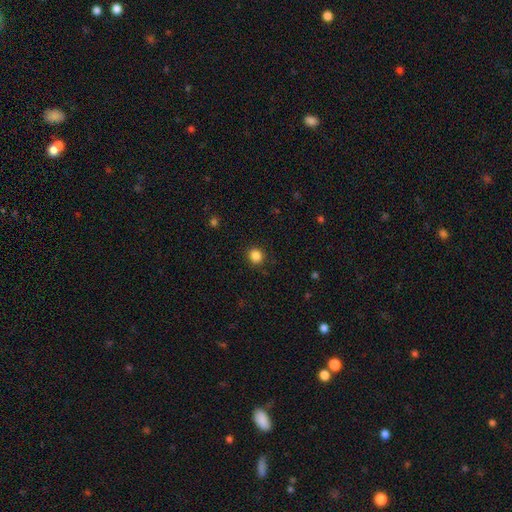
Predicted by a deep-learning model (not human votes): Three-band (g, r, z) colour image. It shows a smooth galaxy with no disk features (86%) that is round (85%). Merging: none (89%).